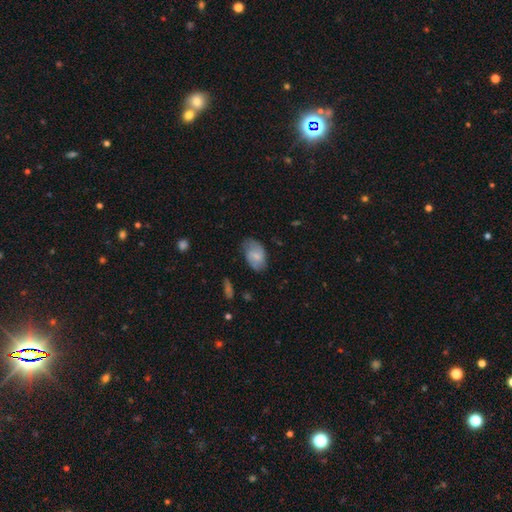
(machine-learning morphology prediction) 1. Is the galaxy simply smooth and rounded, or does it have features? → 69% smooth, 24% featured or disk, 7% star or artifact.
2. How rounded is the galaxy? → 91% in between, 7% round, 1% cigar-shaped.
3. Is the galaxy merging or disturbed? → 62% none, 29% minor disturbance, 8% major disturbance, 2% merger.